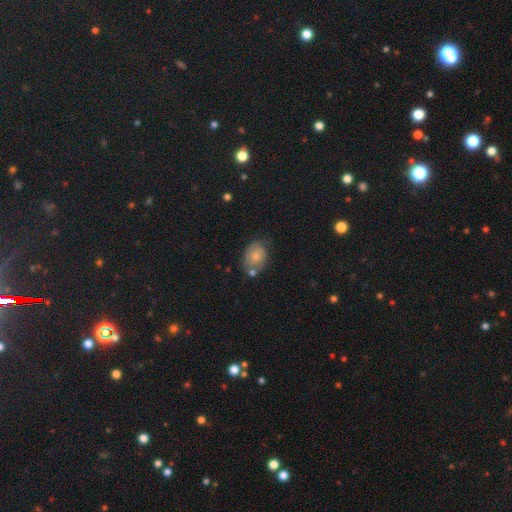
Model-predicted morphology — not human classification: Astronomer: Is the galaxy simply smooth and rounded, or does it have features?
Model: smooth — 67%.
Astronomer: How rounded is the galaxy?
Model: in between — 65%.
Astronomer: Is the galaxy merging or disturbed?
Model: none — 52% (runner-up: minor disturbance, 27%).